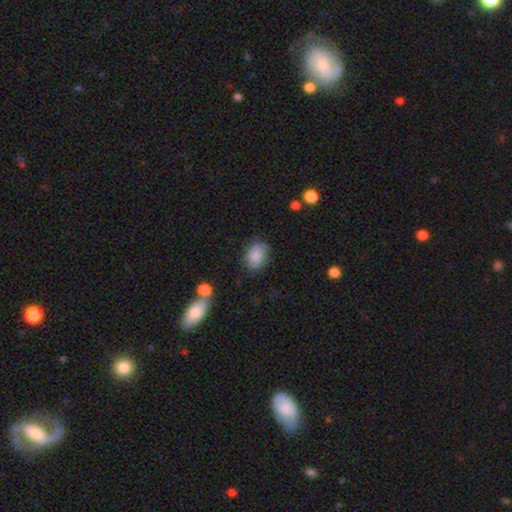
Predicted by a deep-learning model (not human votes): Overall: smooth (81%). How rounded: in between (73%). Merging: none (69%).